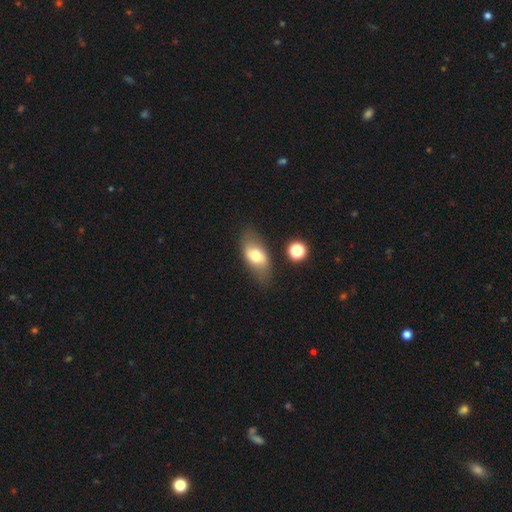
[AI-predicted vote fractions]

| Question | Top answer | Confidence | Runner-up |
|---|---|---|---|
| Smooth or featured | smooth | 66% | featured or disk (26%) |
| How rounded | in between | 87% | round (7%) |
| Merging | none | 75% | minor disturbance (17%) |